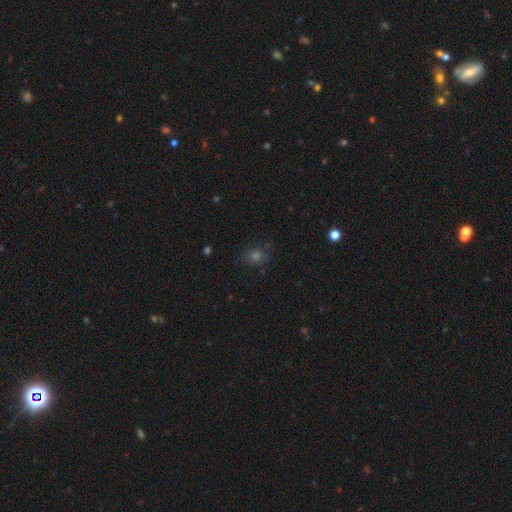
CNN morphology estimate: smooth_or_featured: smooth (p=0.57) [alt: star or artifact p=0.33]
how_rounded: round (p=0.73) [alt: in between p=0.26]
merging: none (p=0.80) [alt: minor disturbance p=0.13]